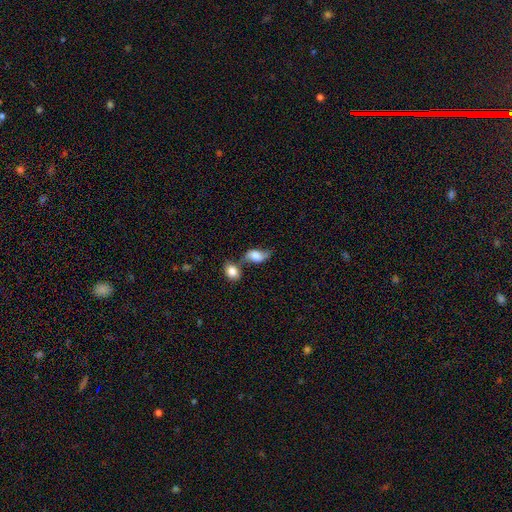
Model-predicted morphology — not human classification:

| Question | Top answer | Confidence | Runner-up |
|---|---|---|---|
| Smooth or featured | smooth | 63% | featured or disk (28%) |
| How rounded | in between | 85% | round (11%) |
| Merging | none | 40% | merger (29%) |